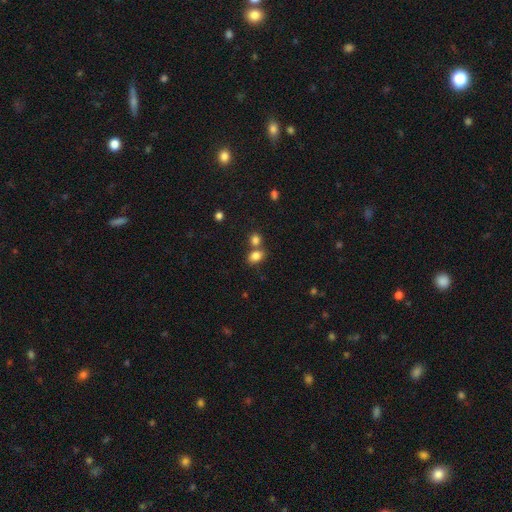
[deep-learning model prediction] smooth_or_featured: smooth (p=0.83) [alt: star or artifact p=0.10]
how_rounded: in between (p=0.73) [alt: round p=0.25]
merging: none (p=0.52) [alt: merger p=0.34]